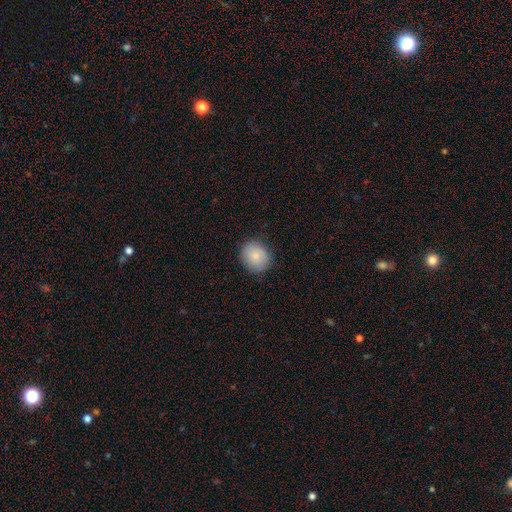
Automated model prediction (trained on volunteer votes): Smooth or featured? smooth (85%)
How rounded? round (74%)
Merging? none (85%)